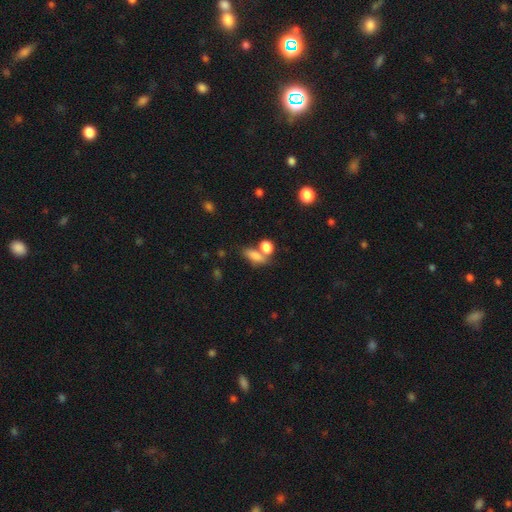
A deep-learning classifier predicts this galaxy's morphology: Overall: smooth (79%). How rounded: in between (73%). Merging: none (45%; merger 36%).